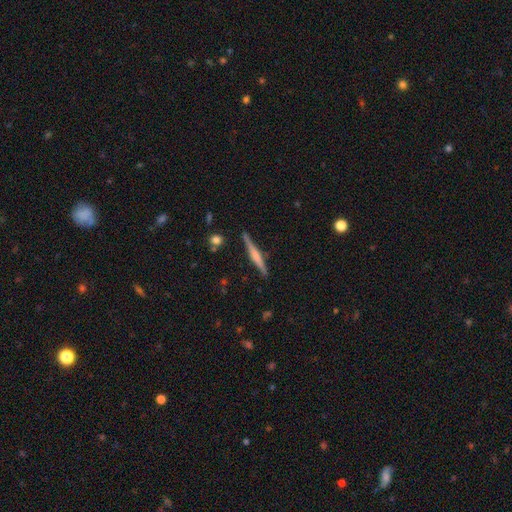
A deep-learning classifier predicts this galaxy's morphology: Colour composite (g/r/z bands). It shows a featured or disk galaxy (65%) viewed edge-on (98%) with a rounded central bulge (55%). Merging: none (88%).